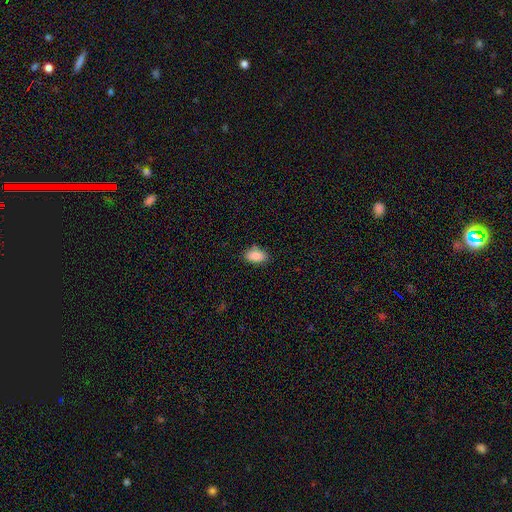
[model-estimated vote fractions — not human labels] The model was most divided on "merging": none: 81%, minor disturbance: 14%, major disturbance: 3%, merger: 2%. More confident: how rounded — in between (92%); smooth or featured — smooth (88%).